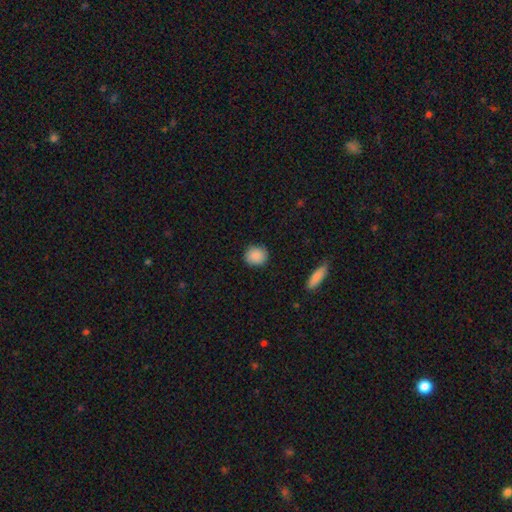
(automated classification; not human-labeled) Overall: smooth (89%). How rounded: round (81%). Merging: none (90%).